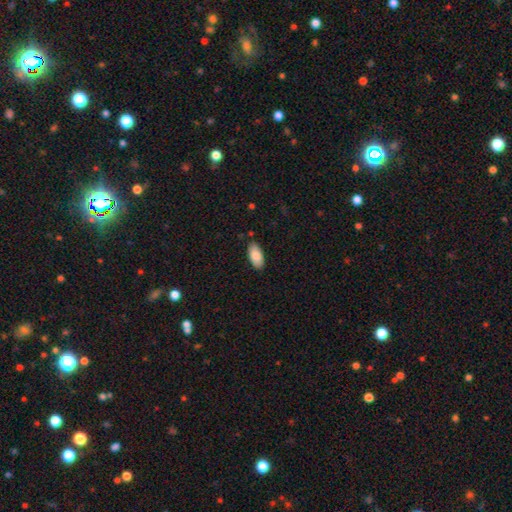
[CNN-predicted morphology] Q: Smooth or featured?
A: smooth (86%); runner-up: featured or disk (8%)
Q: How rounded?
A: in between (93%); runner-up: cigar-shaped (5%)
Q: Merging?
A: none (85%); runner-up: minor disturbance (11%)